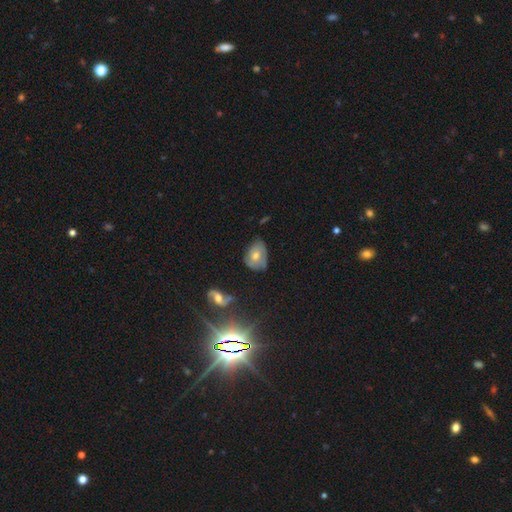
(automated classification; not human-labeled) This appears to be a smooth galaxy with no disk features (46%). Merging: none (52%).